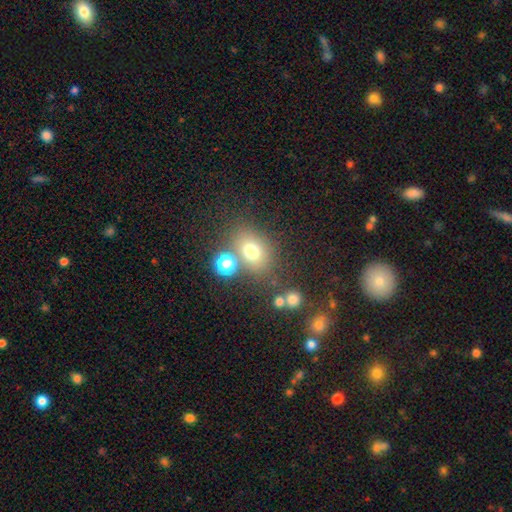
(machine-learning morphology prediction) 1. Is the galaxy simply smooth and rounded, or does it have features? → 61% smooth, 26% star or artifact, 13% featured or disk.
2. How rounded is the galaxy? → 51% in between, 47% round, 2% cigar-shaped.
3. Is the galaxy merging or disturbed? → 63% none, 20% merger, 12% minor disturbance, 5% major disturbance.